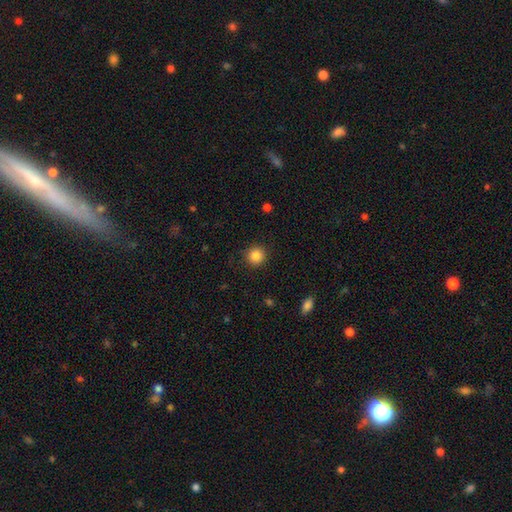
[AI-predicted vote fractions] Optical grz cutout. It shows a smooth galaxy with no disk features (86%) that is round (94%). Merging: none (90%).